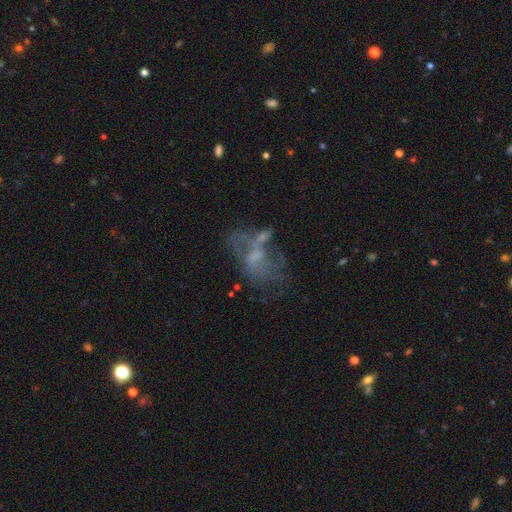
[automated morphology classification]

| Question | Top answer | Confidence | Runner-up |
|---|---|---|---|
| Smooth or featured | featured or disk | 56% | smooth (27%) |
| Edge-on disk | no | 96% | yes (4%) |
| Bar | no | 70% | weak (25%) |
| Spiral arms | no | 75% | yes (25%) |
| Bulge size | none | 38% | small (37%) |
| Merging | none | 33% | major disturbance (30%) |